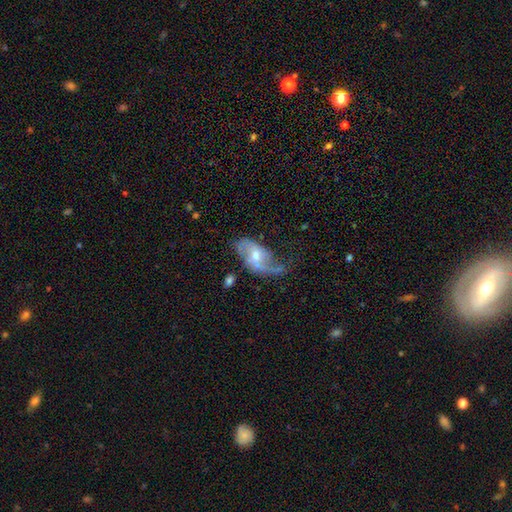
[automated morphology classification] featured or disk 75%, smooth 18%, star or artifact 6%. Down the decision tree: edge-on disk — no (95%); bar — weak (44%); spiral arms — yes (87%); spiral arm count — 2 (67%); spiral winding — loose (64%); bulge size — moderate (56%); merging — none (40%).